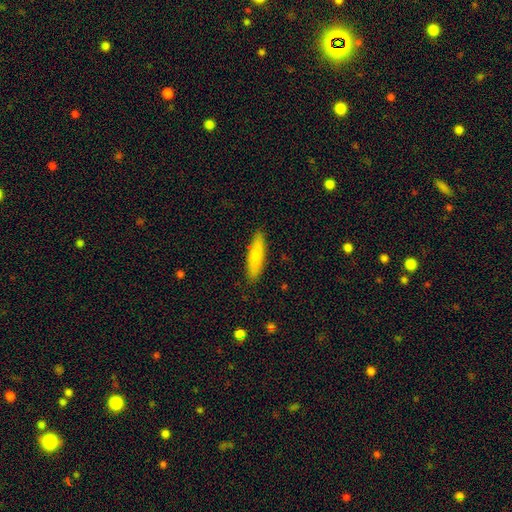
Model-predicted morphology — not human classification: Overall: smooth (76%). How rounded: cigar-shaped (70%). Merging: none (87%).